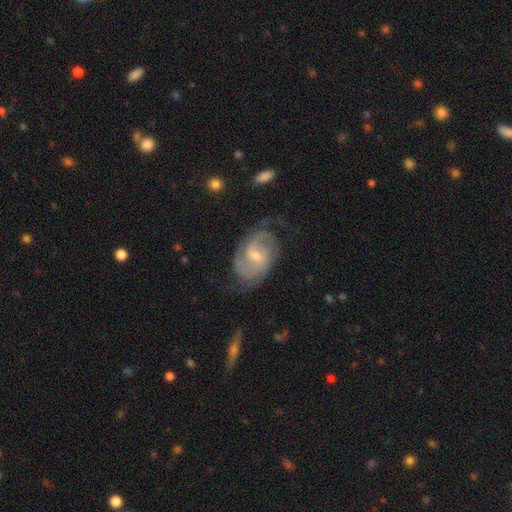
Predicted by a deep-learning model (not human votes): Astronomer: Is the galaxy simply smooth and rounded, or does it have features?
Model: featured or disk — 84%.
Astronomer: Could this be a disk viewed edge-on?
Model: no — 97%.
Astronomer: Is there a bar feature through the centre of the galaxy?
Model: weak — 55% (runner-up: no, 31%).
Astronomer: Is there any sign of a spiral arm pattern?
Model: yes — 95%.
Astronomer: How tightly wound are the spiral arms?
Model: tight — 46% (runner-up: medium, 41%).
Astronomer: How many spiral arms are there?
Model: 2 — 57%.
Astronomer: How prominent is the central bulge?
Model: small — 50% (runner-up: moderate, 46%).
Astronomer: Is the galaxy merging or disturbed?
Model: none — 66%.